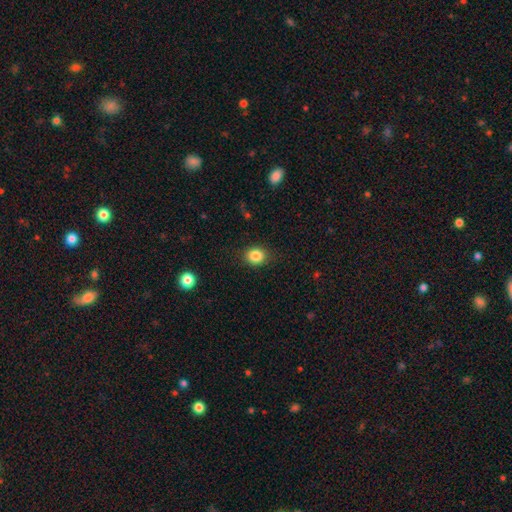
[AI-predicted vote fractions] Smooth or featured?
  - smooth: 85% *
  - star or artifact: 10%
  - featured or disk: 4%
How rounded?
  - round: 67% *
  - in between: 32%
  - cigar-shaped: 1%
Merging?
  - none: 87% *
  - minor disturbance: 10%
  - major disturbance: 3%
  - merger: 1%